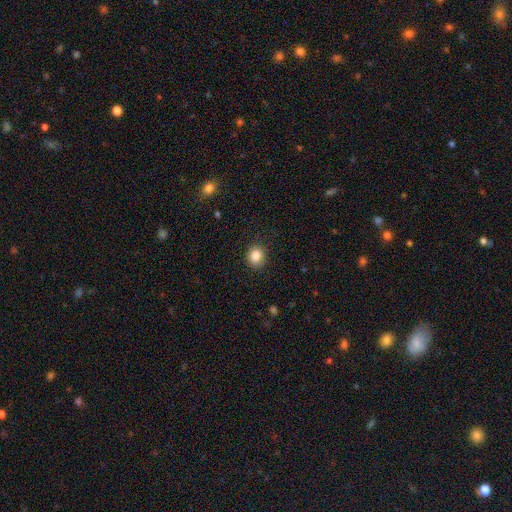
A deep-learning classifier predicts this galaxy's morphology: smooth_or_featured: smooth (p=0.86) [alt: star or artifact p=0.10]
how_rounded: round (p=0.78) [alt: in between p=0.22]
merging: none (p=0.88) [alt: minor disturbance p=0.08]